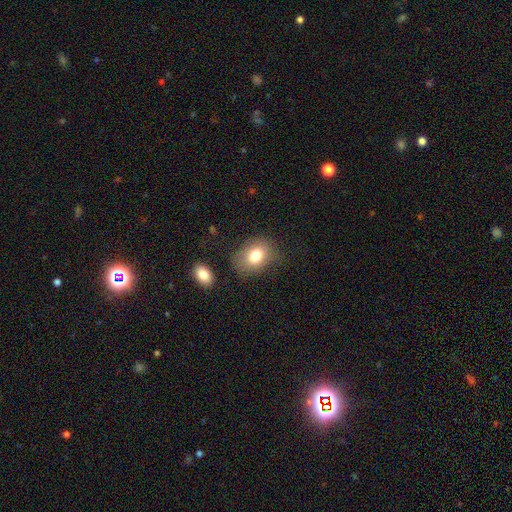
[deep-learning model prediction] smooth 78%, featured or disk 12%, star or artifact 10%. Down the decision tree: how rounded — in between (61%); merging — none (72%).